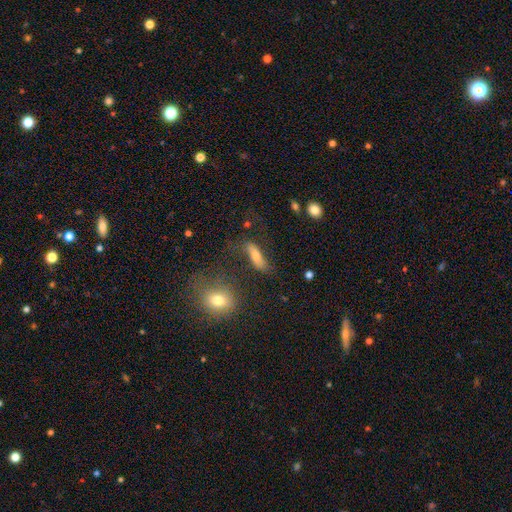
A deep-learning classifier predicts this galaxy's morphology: Smooth or featured? smooth (57%)
How rounded? cigar-shaped (52%)
Merging? none (55%)